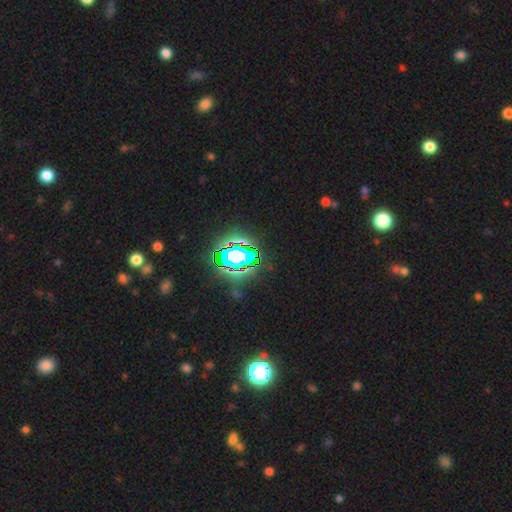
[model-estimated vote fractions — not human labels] Overall: star or artifact (78%).